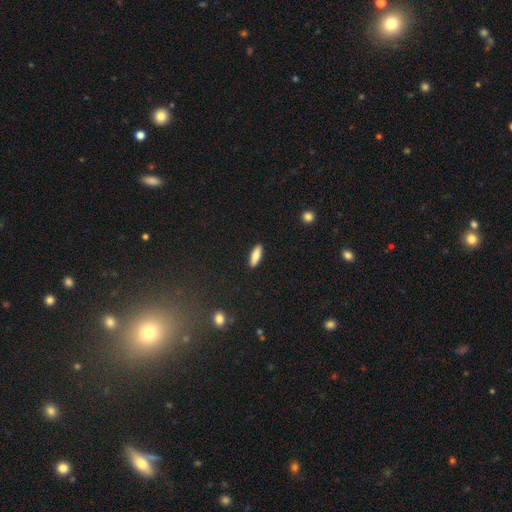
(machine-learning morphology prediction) Overall: smooth (82%). How rounded: in between (55%; cigar-shaped 43%). Merging: none (90%).